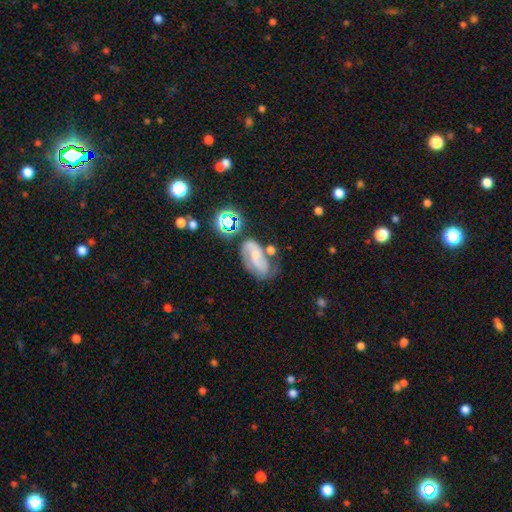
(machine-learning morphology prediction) Q: Smooth or featured?
A: featured or disk (62%); runner-up: smooth (26%)
Q: Edge-on disk?
A: no (96%); runner-up: yes (4%)
Q: Bar?
A: no (47%); runner-up: weak (37%)
Q: Spiral arms?
A: yes (85%); runner-up: no (15%)
Q: Bulge size?
A: small (49%); runner-up: moderate (27%)
Q: Merging?
A: none (44%); runner-up: minor disturbance (26%)